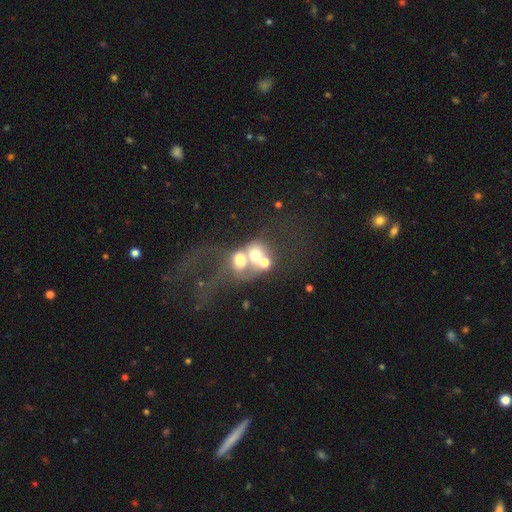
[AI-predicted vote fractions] Overall: smooth (46%; featured or disk 38%). Merging: merger (66%).